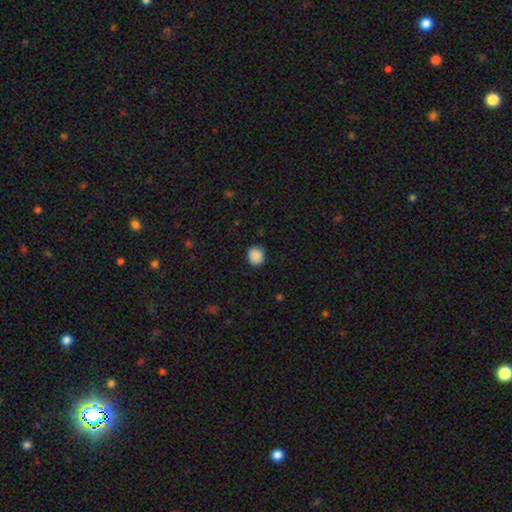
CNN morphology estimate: Q: Smooth or featured?
A: smooth (89%); runner-up: star or artifact (8%)
Q: How rounded?
A: round (74%); runner-up: in between (25%)
Q: Merging?
A: none (89%); runner-up: minor disturbance (8%)